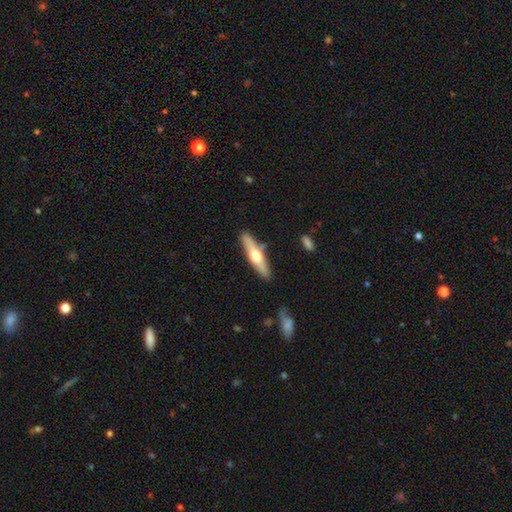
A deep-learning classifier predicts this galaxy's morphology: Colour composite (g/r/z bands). It shows a featured or disk galaxy (54%) viewed edge-on (92%). Merging: none (83%).